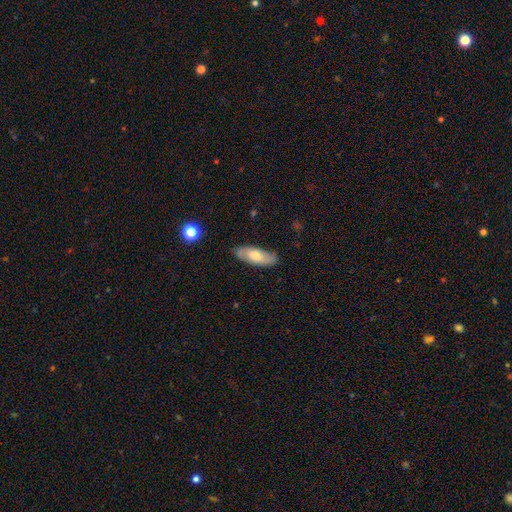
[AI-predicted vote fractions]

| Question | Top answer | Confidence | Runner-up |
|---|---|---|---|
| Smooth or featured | smooth | 48% | featured or disk (46%) |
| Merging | none | 83% | minor disturbance (13%) |